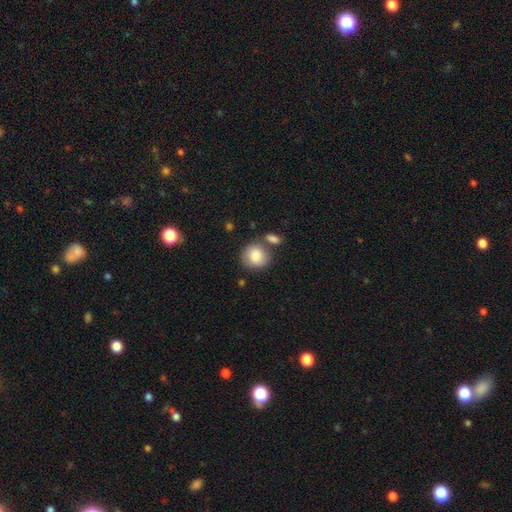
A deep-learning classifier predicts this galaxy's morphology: smooth_or_featured: smooth (p=0.83) [alt: featured or disk p=0.09]
how_rounded: round (p=0.82) [alt: in between p=0.17]
merging: none (p=0.62) [alt: merger p=0.19]